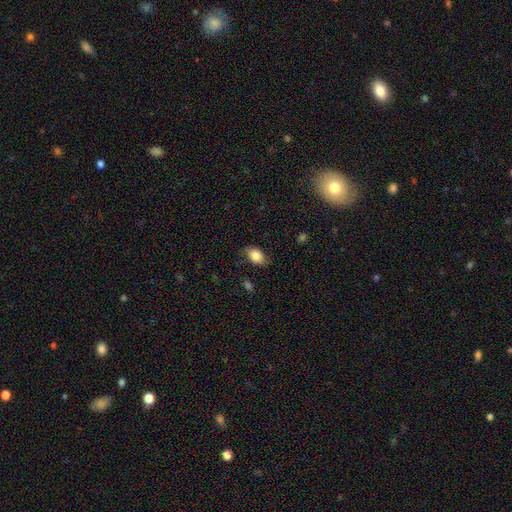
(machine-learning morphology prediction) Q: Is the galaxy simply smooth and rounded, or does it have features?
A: smooth — 85%.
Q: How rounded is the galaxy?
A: in between — 85%.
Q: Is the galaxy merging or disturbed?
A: none — 77%.